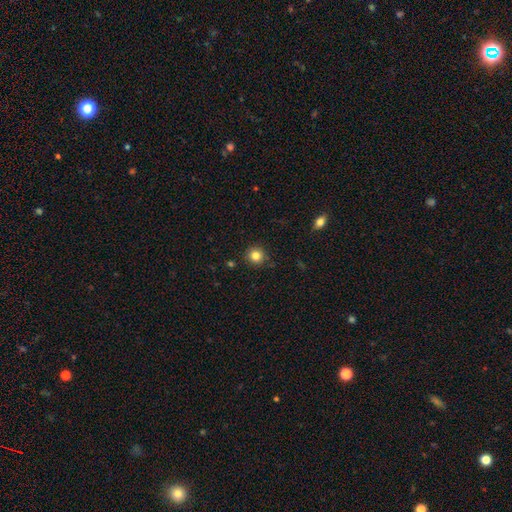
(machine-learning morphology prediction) Smooth or featured?
  - smooth: 83% *
  - star or artifact: 12%
  - featured or disk: 6%
How rounded?
  - round: 94% *
  - in between: 5%
  - cigar-shaped: 1%
Merging?
  - none: 89% *
  - minor disturbance: 8%
  - major disturbance: 2%
  - merger: 2%